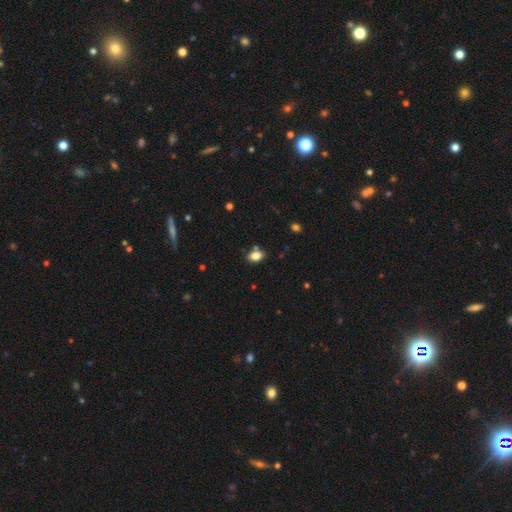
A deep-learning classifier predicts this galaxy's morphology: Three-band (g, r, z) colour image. It shows a smooth galaxy with no disk features (82%) that is in between round and cigar-shaped (84%). Merging: none (75%).